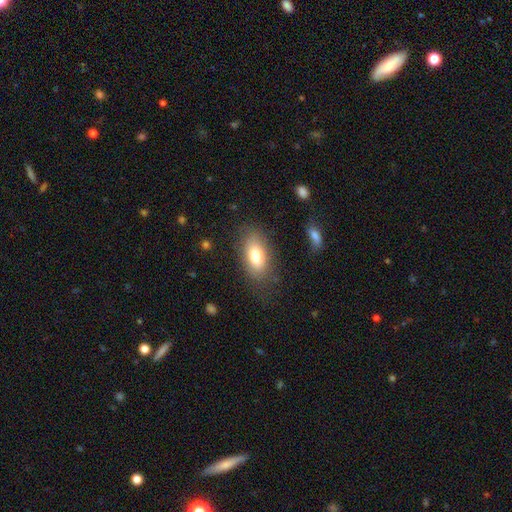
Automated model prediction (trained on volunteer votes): Q: Smooth or featured?
A: smooth (77%); runner-up: featured or disk (16%)
Q: How rounded?
A: in between (90%); runner-up: round (6%)
Q: Merging?
A: none (77%); runner-up: minor disturbance (15%)